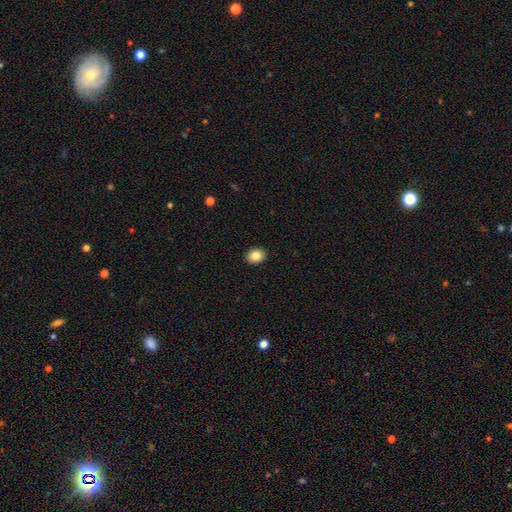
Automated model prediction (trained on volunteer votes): Smooth or featured: smooth — 85% (star or artifact — 9%)
How rounded: in between — 54% (round — 45%)
Merging: none — 92% (minor disturbance — 6%)